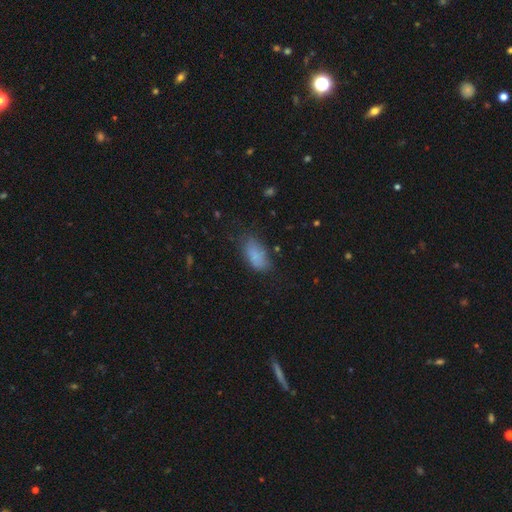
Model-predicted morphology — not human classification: Smooth or featured? Predicted: smooth (p=0.81). How rounded? Predicted: in between (p=0.90). Merging? Predicted: none (p=0.59).